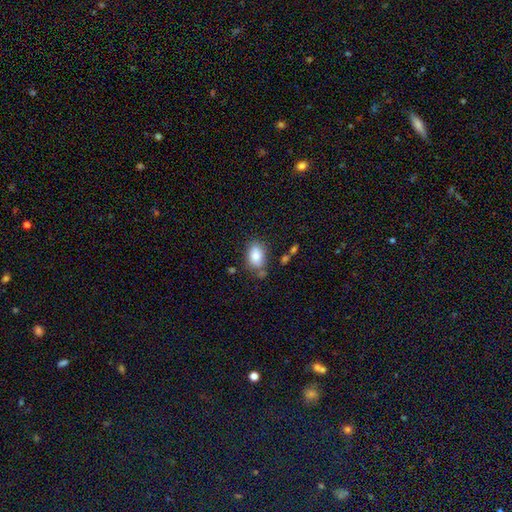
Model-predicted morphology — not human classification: Smooth or featured?
  - smooth: 83% *
  - featured or disk: 9%
  - star or artifact: 8%
How rounded?
  - in between: 87% *
  - round: 12%
  - cigar-shaped: 2%
Merging?
  - none: 70% *
  - minor disturbance: 18%
  - merger: 7%
  - major disturbance: 5%